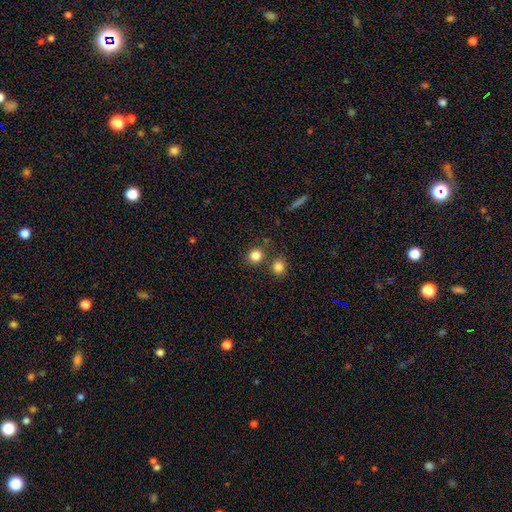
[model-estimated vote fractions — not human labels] Smooth or featured?
  - smooth: 83% *
  - star or artifact: 12%
  - featured or disk: 5%
How rounded?
  - round: 88% *
  - in between: 11%
  - cigar-shaped: 1%
Merging?
  - none: 74% *
  - merger: 15%
  - minor disturbance: 8%
  - major disturbance: 3%